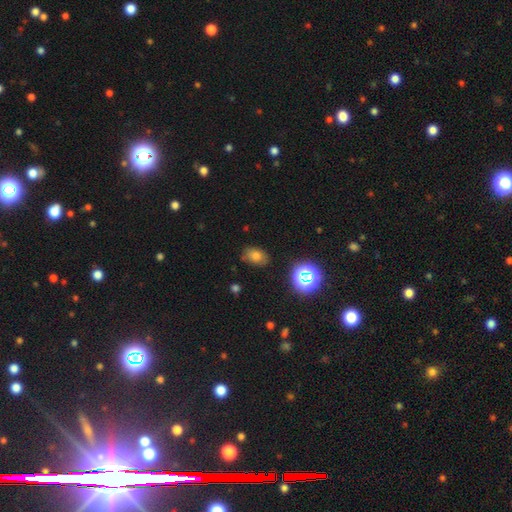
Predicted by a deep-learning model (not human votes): smooth 70%, star or artifact 19%, featured or disk 11%. Down the decision tree: how rounded — in between (79%); merging — none (77%).